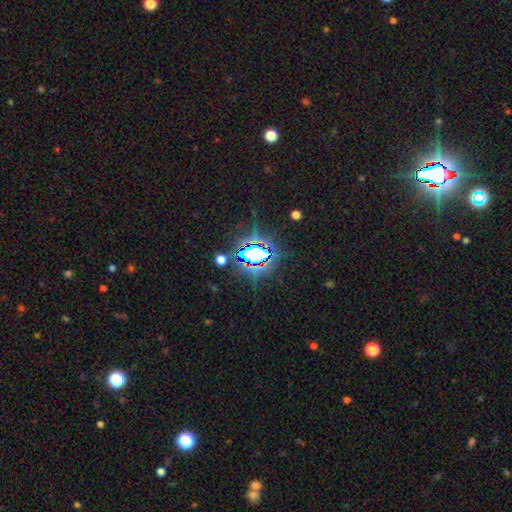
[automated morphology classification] Smooth or featured?
  - star or artifact: 74% *
  - smooth: 15%
  - featured or disk: 10%